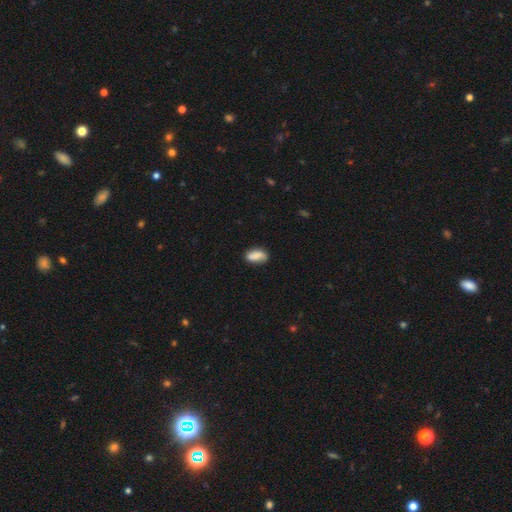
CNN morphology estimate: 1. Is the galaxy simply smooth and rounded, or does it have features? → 79% smooth, 13% featured or disk, 8% star or artifact.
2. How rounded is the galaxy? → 88% in between, 7% cigar-shaped, 5% round.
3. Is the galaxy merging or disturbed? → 72% none, 20% minor disturbance, 5% major disturbance, 4% merger.